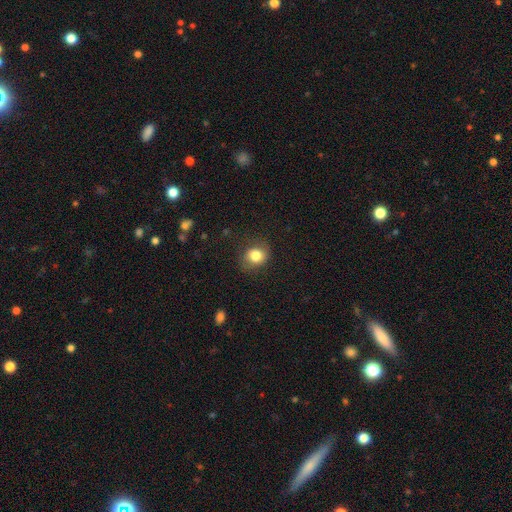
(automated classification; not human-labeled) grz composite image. It shows a smooth galaxy with no disk features (82%) that is round (68%). Merging: none (79%).